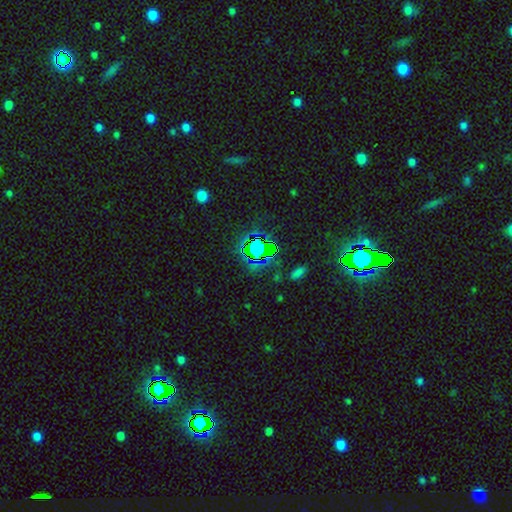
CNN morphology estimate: This appears to be a star or artifact, not a galaxy (67%).